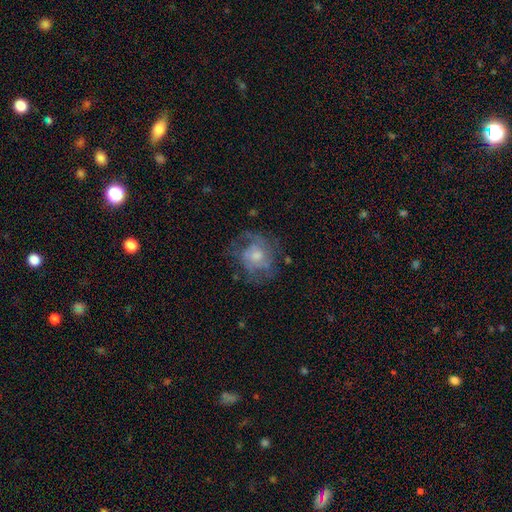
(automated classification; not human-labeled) A featured or disk galaxy (67%) with no bar (72%), can't tell (34%, tied with 2) medium (45%) spiral arms (78%) and a moderate central bulge (50%). Merging: none (56%).